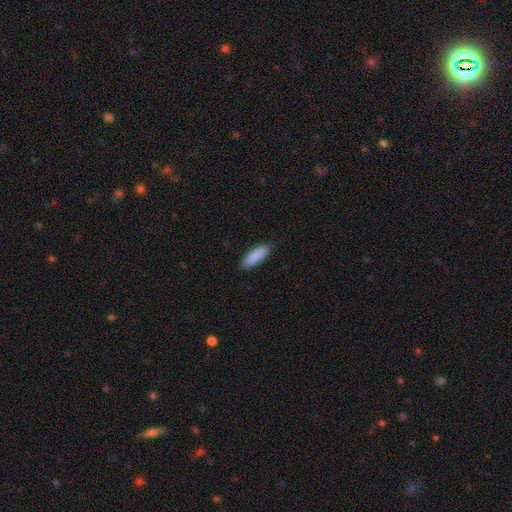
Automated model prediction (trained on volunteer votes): smooth 89%, star or artifact 6%, featured or disk 5%. Down the decision tree: how rounded — cigar-shaped (55%); merging — none (87%).